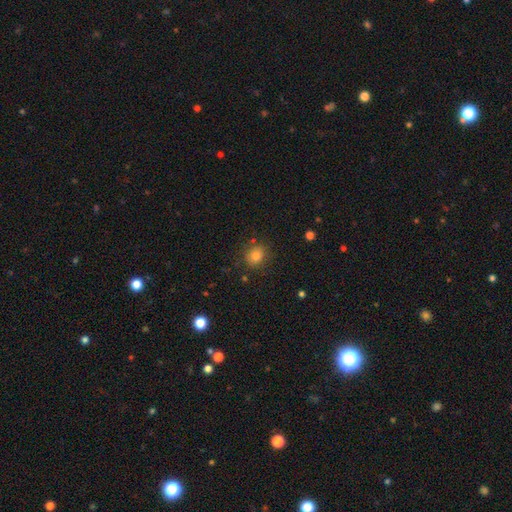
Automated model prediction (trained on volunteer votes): Smooth or featured: smooth — 80% (star or artifact — 12%)
How rounded: round — 75% (in between — 24%)
Merging: none — 82% (minor disturbance — 12%)